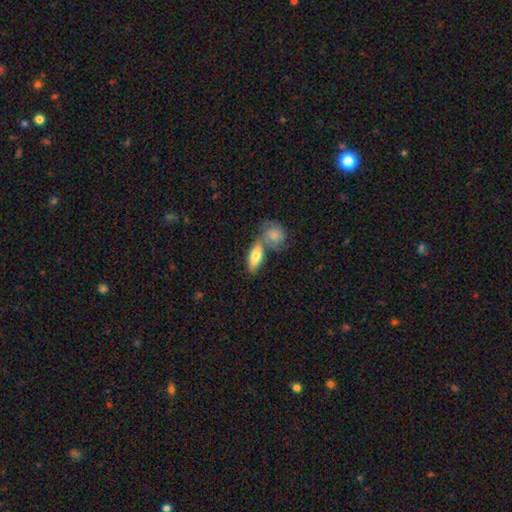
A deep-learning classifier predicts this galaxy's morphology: A smooth galaxy with no disk features (71%) that is in between round and cigar-shaped (77%). Merging: merger (41%, tied with none).